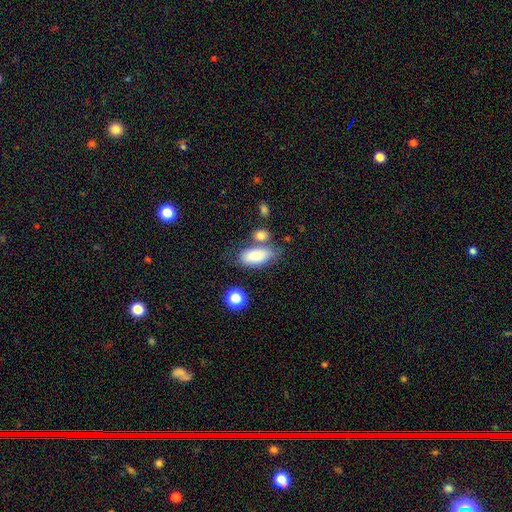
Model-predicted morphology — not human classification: A smooth galaxy with no disk features (82%) that is in between round and cigar-shaped (86%).

Vote fractions:
- Smooth or featured? smooth: 82% / featured or disk: 10% / star or artifact: 7%
- How rounded? in between: 86% / cigar-shaped: 11% / round: 3%
- Merging? none: 55% / merger: 20% / minor disturbance: 18% / major disturbance: 7%